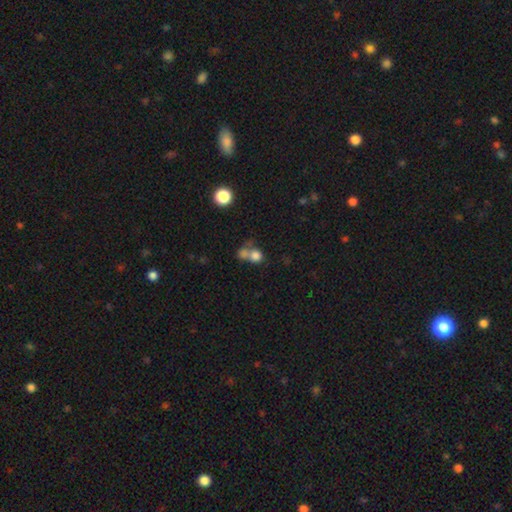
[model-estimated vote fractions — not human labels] A smooth galaxy with no disk features (75%) that is round (75%).

Vote fractions:
- Smooth or featured? smooth: 75% / star or artifact: 13% / featured or disk: 12%
- How rounded? round: 75% / in between: 24% / cigar-shaped: 1%
- Merging? merger: 57% / none: 28% / minor disturbance: 7% / major disturbance: 7%